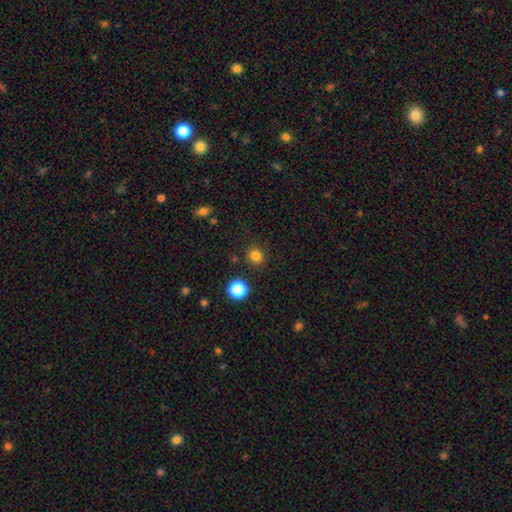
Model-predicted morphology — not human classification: Q: Smooth or featured?
A: smooth (81%); runner-up: star or artifact (15%)
Q: How rounded?
A: round (87%); runner-up: in between (12%)
Q: Merging?
A: none (87%); runner-up: minor disturbance (7%)